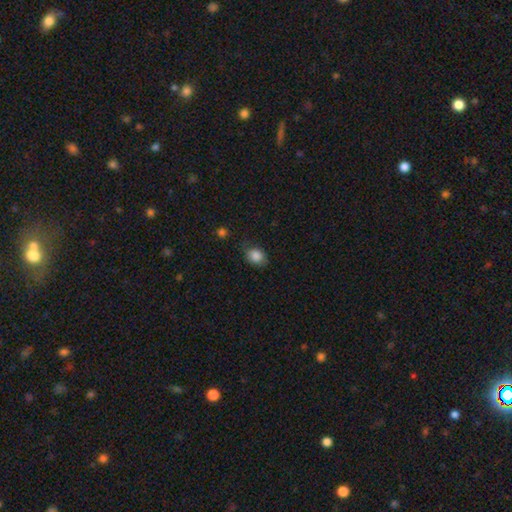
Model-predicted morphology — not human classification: A smooth galaxy with no disk features (86%) that is in between round and cigar-shaped (53%).

Vote fractions:
- Smooth or featured? smooth: 86% / star or artifact: 9% / featured or disk: 5%
- How rounded? in between: 53% / round: 46% / cigar-shaped: 1%
- Merging? none: 72% / minor disturbance: 21% / major disturbance: 5% / merger: 2%